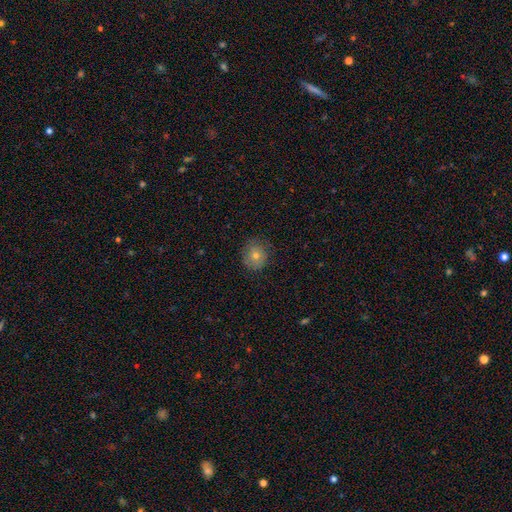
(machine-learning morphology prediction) Smooth or featured?
  - smooth: 66% *
  - featured or disk: 21%
  - star or artifact: 13%
How rounded?
  - round: 85% *
  - in between: 14%
  - cigar-shaped: 1%
Merging?
  - none: 82% *
  - minor disturbance: 14%
  - major disturbance: 4%
  - merger: 1%